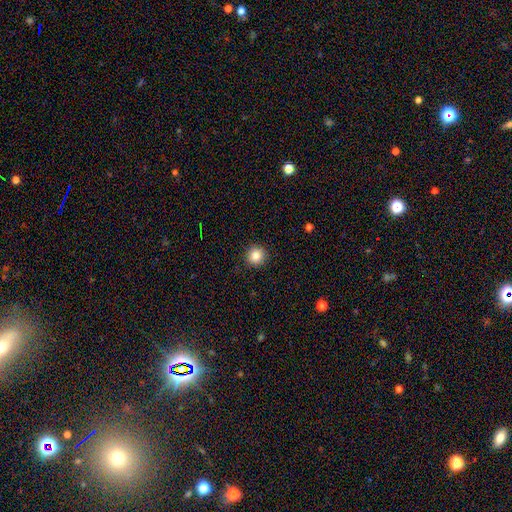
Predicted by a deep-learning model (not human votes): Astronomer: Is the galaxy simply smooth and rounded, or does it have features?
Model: smooth — 85%.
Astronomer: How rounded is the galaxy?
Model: round — 93%.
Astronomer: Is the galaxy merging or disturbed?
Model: none — 92%.